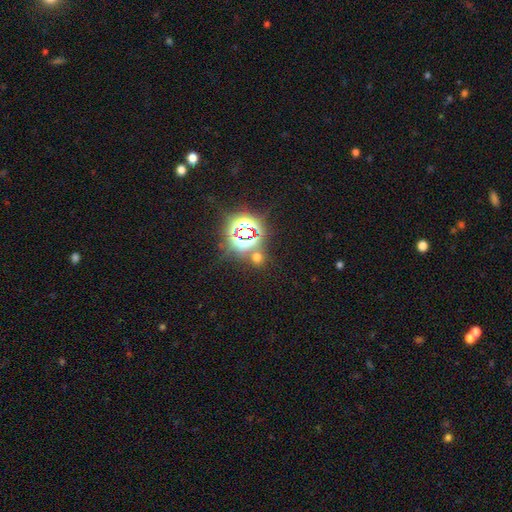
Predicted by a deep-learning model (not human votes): Smooth or featured? star or artifact (75%)